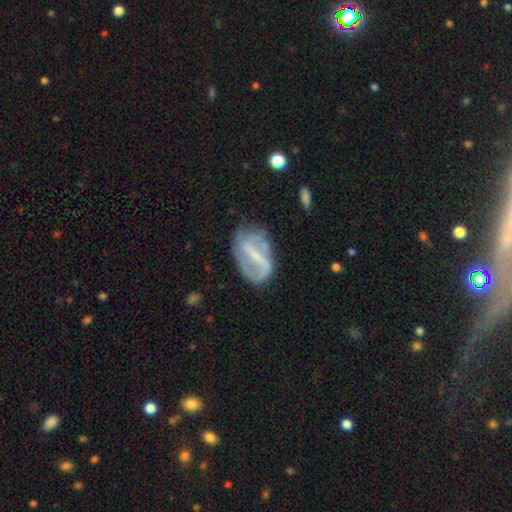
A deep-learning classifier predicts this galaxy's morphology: Smooth or featured? featured or disk (75%)
Edge-on disk? no (95%)
Bar? strong (60%)
Spiral arms? yes (72%)
Spiral winding? loose (47%)
Spiral arm count? 2 (69%)
Bulge size? small (51%)
Merging? none (59%)